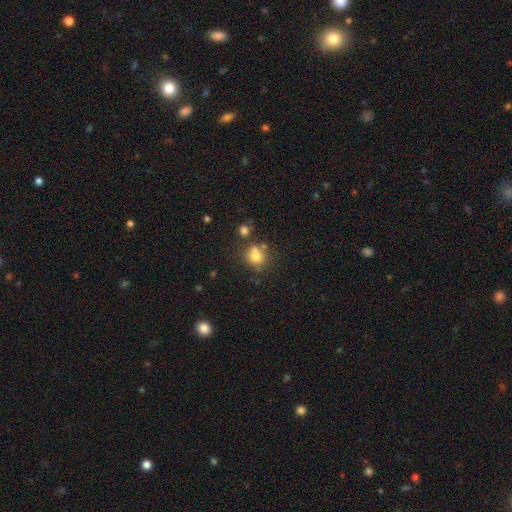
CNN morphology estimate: Smooth or featured? smooth (77%)
How rounded? round (78%)
Merging? none (59%)